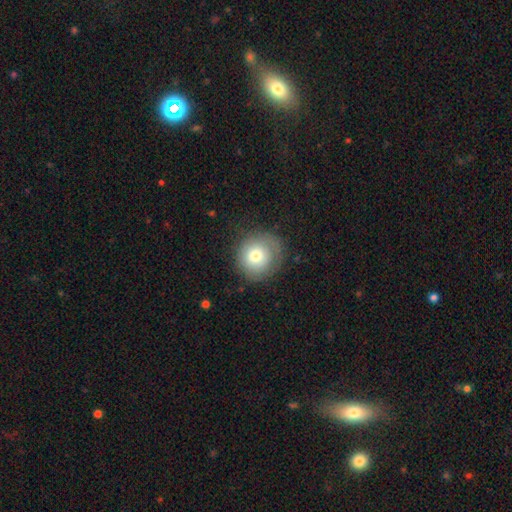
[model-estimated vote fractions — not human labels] A smooth galaxy with no disk features (72%) that is round (90%).

Vote fractions:
- Smooth or featured? smooth: 72% / featured or disk: 18% / star or artifact: 9%
- How rounded? round: 90% / in between: 9% / cigar-shaped: 1%
- Merging? none: 73% / minor disturbance: 18% / major disturbance: 8% / merger: 1%